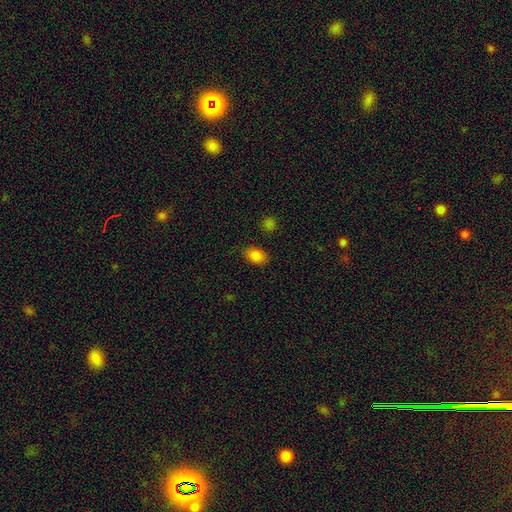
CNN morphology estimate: smooth-or-featured: smooth: 85% | star or artifact: 10% | featured or disk: 5%
  how-rounded: in between: 85% | round: 14% | cigar-shaped: 1%
  merging: none: 84% | minor disturbance: 11% | major disturbance: 3% | merger: 2%